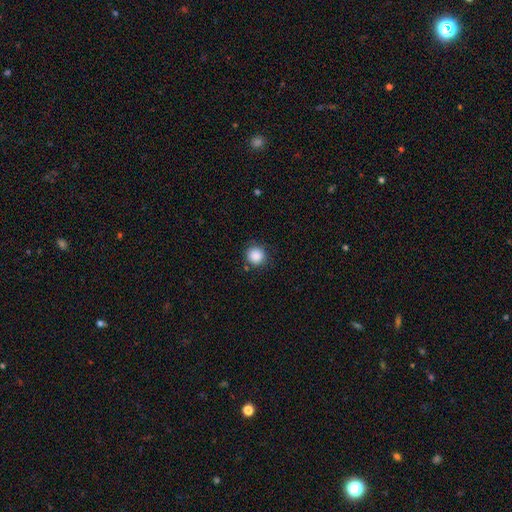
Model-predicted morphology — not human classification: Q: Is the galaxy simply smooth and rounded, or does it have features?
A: smooth — 87%.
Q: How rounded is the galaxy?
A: round — 94%.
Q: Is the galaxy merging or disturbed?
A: none — 85%.